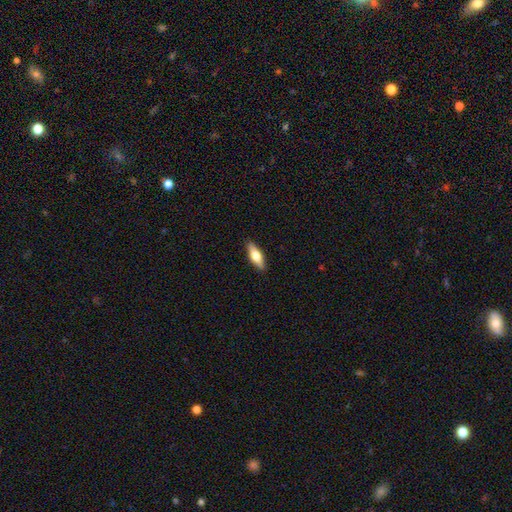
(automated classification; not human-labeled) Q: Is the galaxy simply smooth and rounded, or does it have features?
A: smooth — 59%.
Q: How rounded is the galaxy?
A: in between — 55%.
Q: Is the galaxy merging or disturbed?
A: none — 89%.